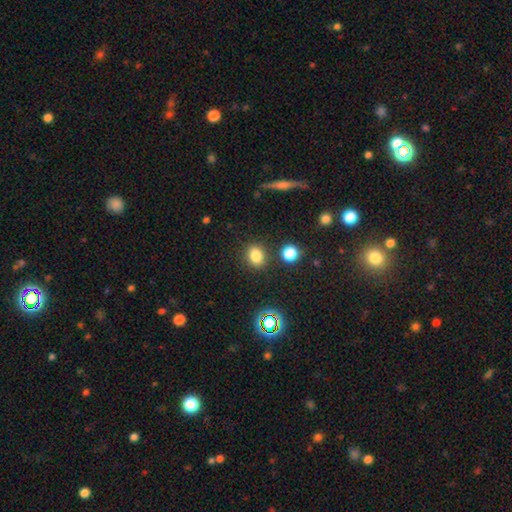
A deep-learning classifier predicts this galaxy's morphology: Smooth or featured? smooth (79%)
How rounded? round (53%)
Merging? none (83%)